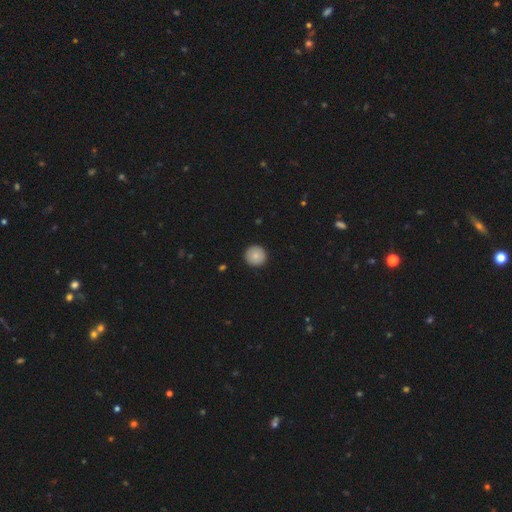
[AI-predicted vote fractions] A smooth galaxy with no disk features (83%) that is round (94%).

Vote fractions:
- Smooth or featured? smooth: 83% / featured or disk: 9% / star or artifact: 8%
- How rounded? round: 94% / in between: 5% / cigar-shaped: 1%
- Merging? none: 92% / minor disturbance: 5% / major disturbance: 1% / merger: 1%